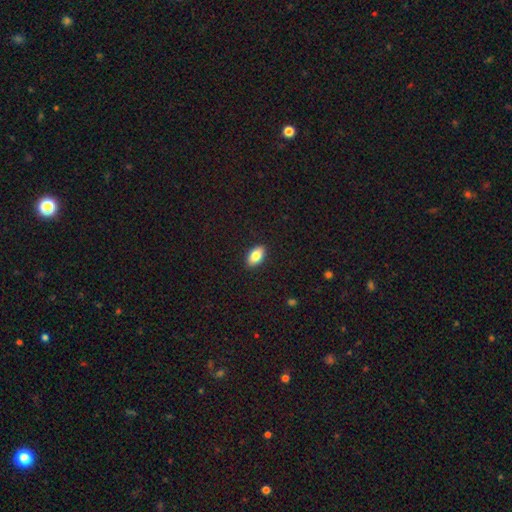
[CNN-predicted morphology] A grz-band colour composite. It shows a smooth galaxy with no disk features (83%) that is in between round and cigar-shaped (93%). Merging: none (90%).